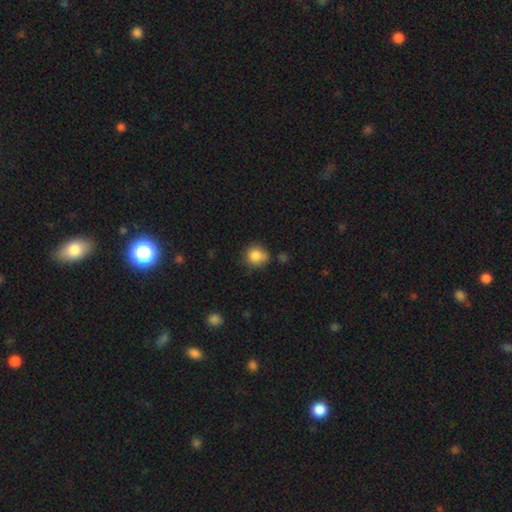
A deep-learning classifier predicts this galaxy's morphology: This is clearly a smooth galaxy (84%). How rounded: clearly round (87%). Merging: likely none (65%).